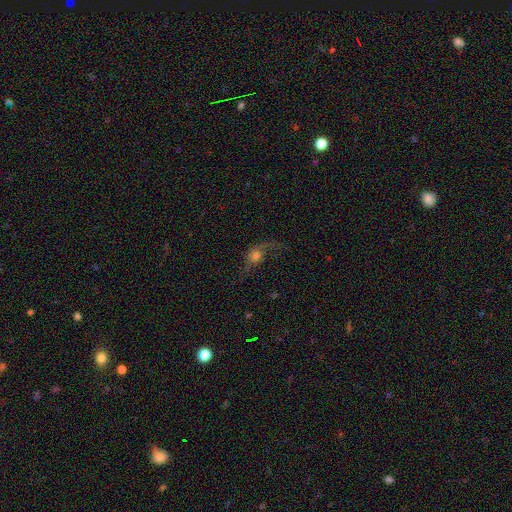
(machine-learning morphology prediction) Smooth or featured?
  - featured or disk: 51% *
  - smooth: 35%
  - star or artifact: 14%
Edge-on disk?
  - no: 85% *
  - yes: 15%
Merging?
  - none: 41% *
  - major disturbance: 36%
  - minor disturbance: 20%
  - merger: 4%